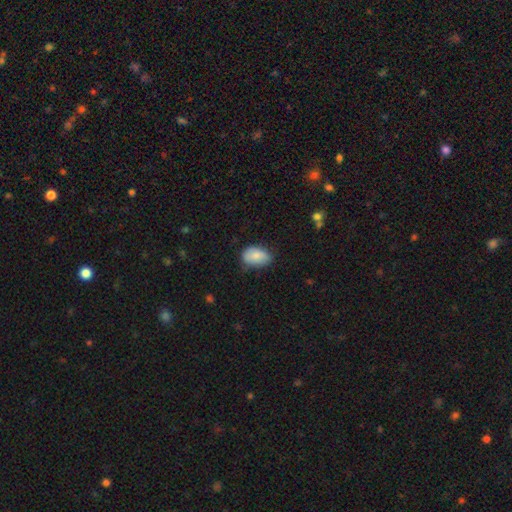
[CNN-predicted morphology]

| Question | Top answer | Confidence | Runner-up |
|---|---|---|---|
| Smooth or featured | smooth | 81% | featured or disk (12%) |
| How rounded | in between | 88% | round (11%) |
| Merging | none | 61% | minor disturbance (32%) |